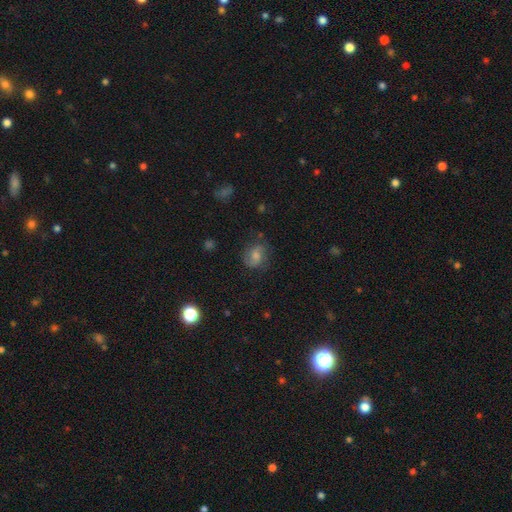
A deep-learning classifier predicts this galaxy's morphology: Smooth or featured? featured or disk (52%)
Edge-on disk? no (97%)
Bar? no (50%)
Spiral arms? yes (89%)
Bulge size? moderate (47%)
Merging? none (69%)